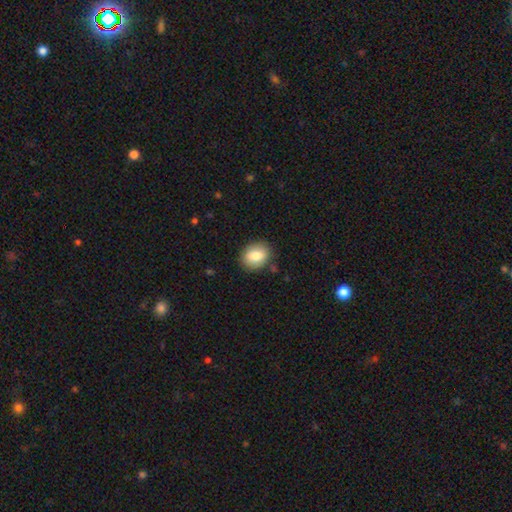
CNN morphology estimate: A smooth galaxy with no disk features (80%) that is in between round and cigar-shaped (54%). Merging: none (86%).